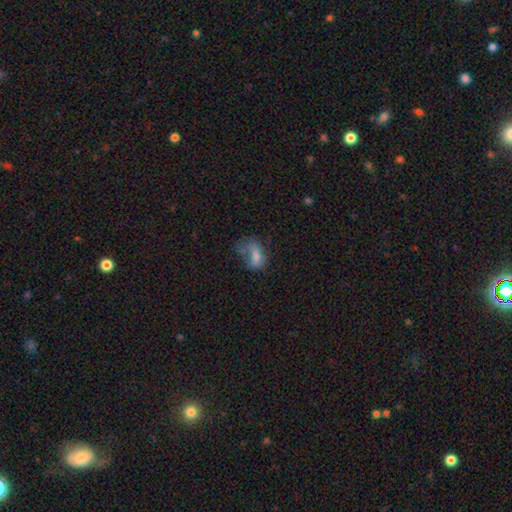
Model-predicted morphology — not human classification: smooth_or_featured: smooth (p=0.59) [alt: featured or disk p=0.27]
how_rounded: in between (p=0.82) [alt: round p=0.14]
merging: major disturbance (p=0.41) [alt: none p=0.27]